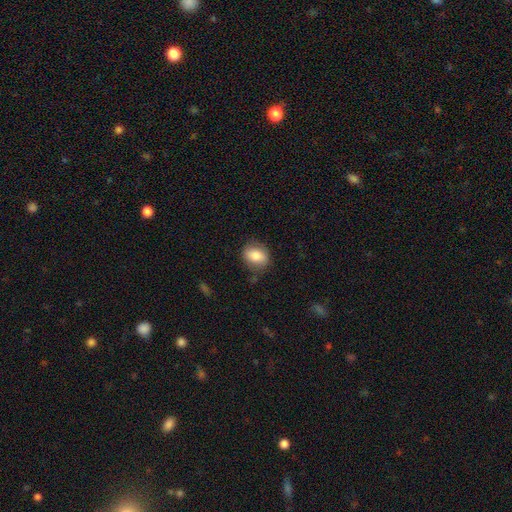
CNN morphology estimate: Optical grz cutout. It shows a smooth galaxy with no disk features (77%) that is in between round and cigar-shaped (56%). Merging: none (78%).